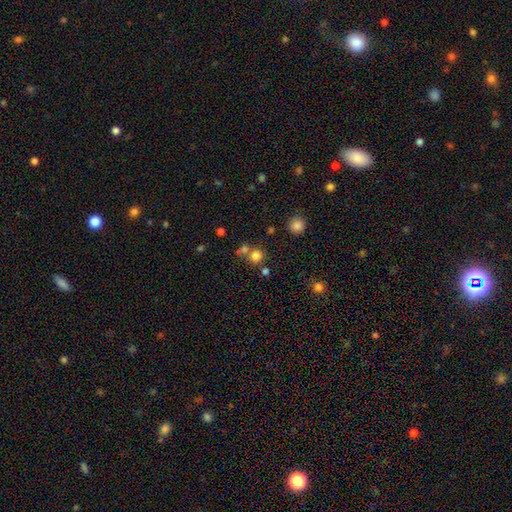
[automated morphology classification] type=smooth (78%); roundness=round (89%); merging=none (63%).